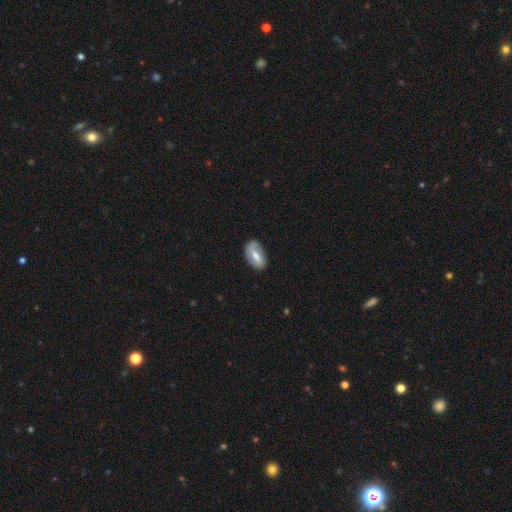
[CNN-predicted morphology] A smooth galaxy with no disk features (58%) that is in between round and cigar-shaped (92%). Merging: none (79%).